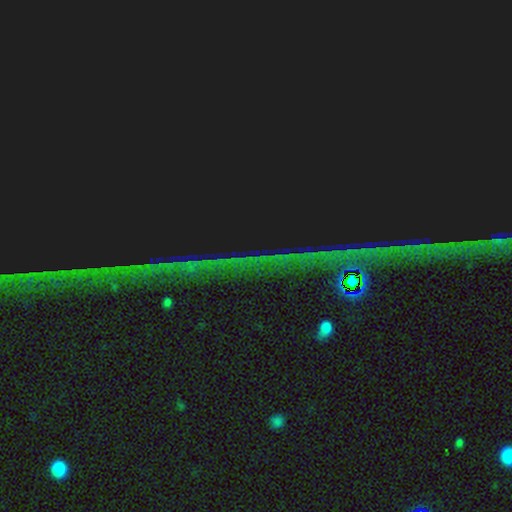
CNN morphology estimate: Q: Smooth or featured?
A: star or artifact (82%); runner-up: featured or disk (10%)